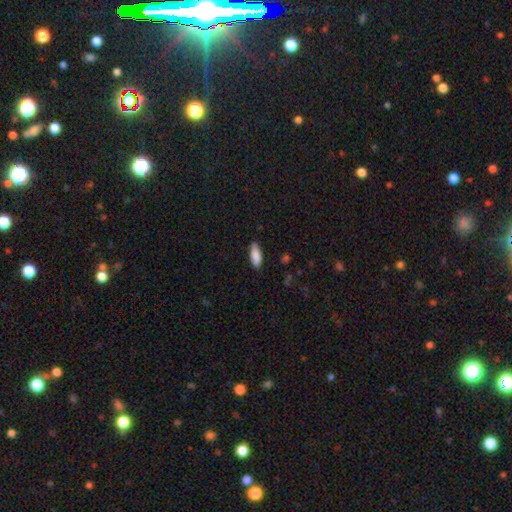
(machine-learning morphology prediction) Smooth or featured?
  - smooth: 88% *
  - star or artifact: 6%
  - featured or disk: 6%
How rounded?
  - in between: 70% *
  - cigar-shaped: 28%
  - round: 2%
Merging?
  - none: 84% *
  - minor disturbance: 12%
  - major disturbance: 2%
  - merger: 1%